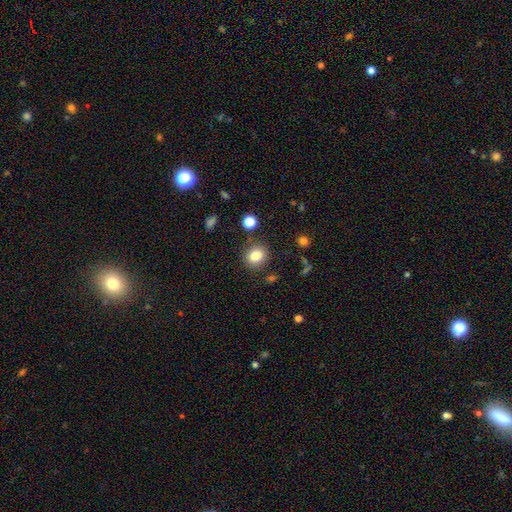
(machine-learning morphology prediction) Smooth or featured? smooth (82%)
How rounded? round (67%)
Merging? none (84%)